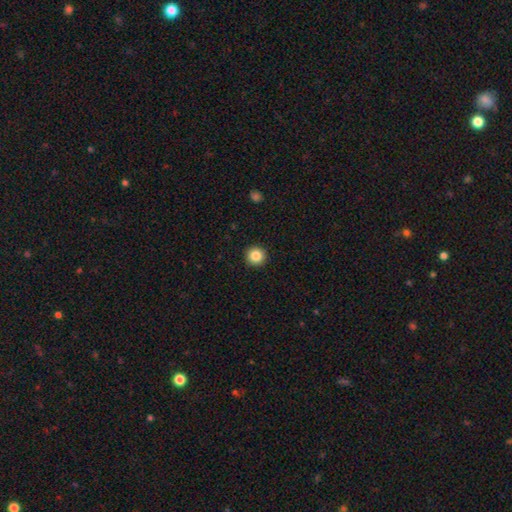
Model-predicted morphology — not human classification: This is clearly a smooth galaxy (85%). How rounded: clearly round (95%). Merging: clearly none (93%).